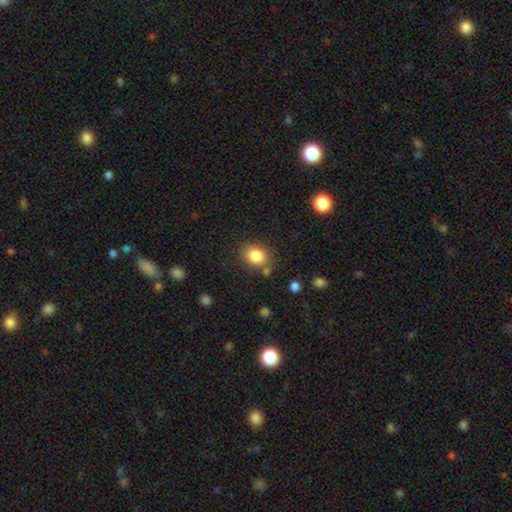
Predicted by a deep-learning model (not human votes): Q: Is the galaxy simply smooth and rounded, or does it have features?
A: smooth — 84%.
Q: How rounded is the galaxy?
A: round — 61%.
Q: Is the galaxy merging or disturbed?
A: none — 76%.